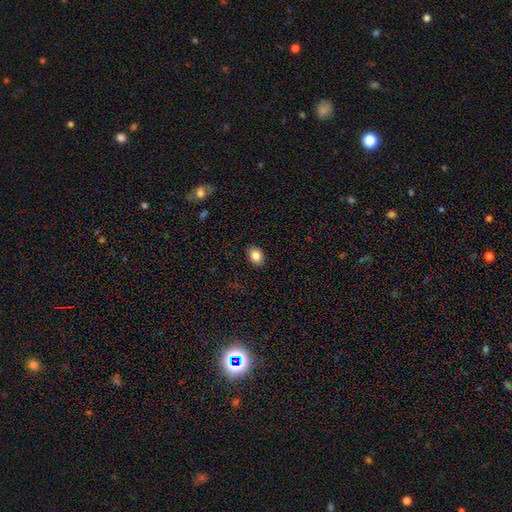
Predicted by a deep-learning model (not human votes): smooth-or-featured: smooth: 85% | star or artifact: 9% | featured or disk: 6%
  how-rounded: in between: 68% | round: 31% | cigar-shaped: 1%
  merging: none: 89% | minor disturbance: 8% | major disturbance: 2% | merger: 1%